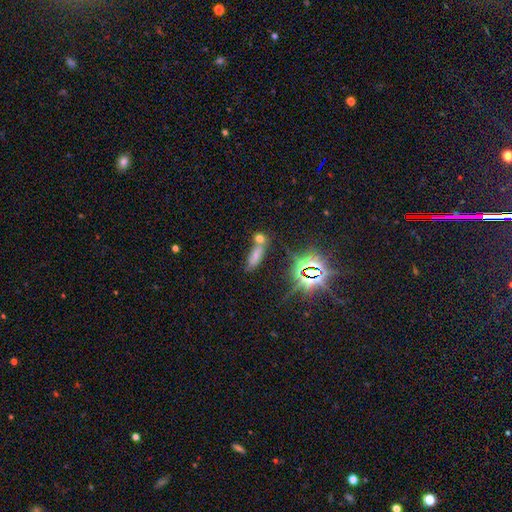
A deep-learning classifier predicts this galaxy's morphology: smooth-or-featured: smooth: 58% | star or artifact: 29% | featured or disk: 14%
  how-rounded: in between: 56% | cigar-shaped: 38% | round: 6%
  merging: none: 42% | merger: 38% | minor disturbance: 13% | major disturbance: 7%